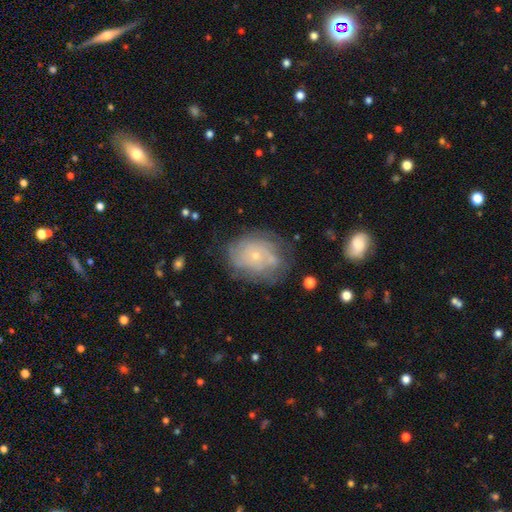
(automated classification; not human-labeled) A featured or disk galaxy (54%) with no bar (89%), spiral arms (55%) and a small central bulge (80%). Merging: none (59%).